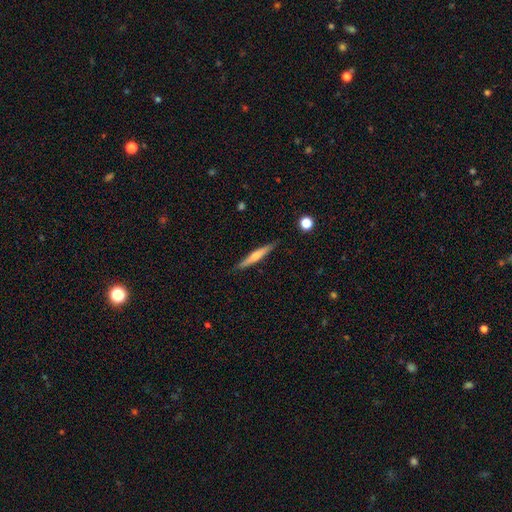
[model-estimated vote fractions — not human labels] This is possibly a featured or disk galaxy (48%). Merging: clearly none (88%).